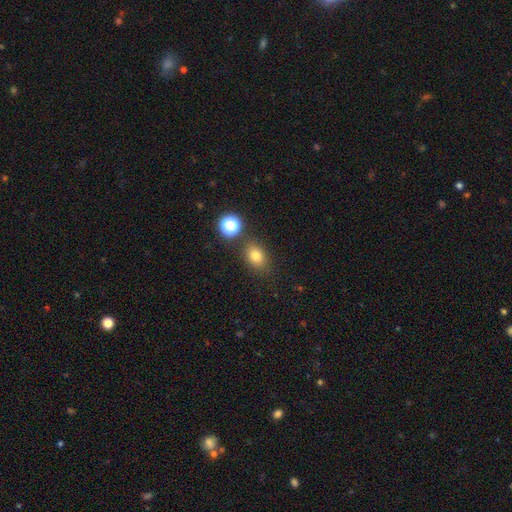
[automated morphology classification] type=smooth (77%); roundness=in between (61%); merging=none (79%).